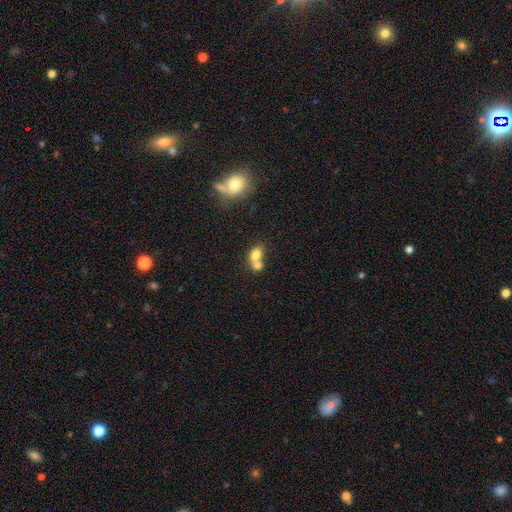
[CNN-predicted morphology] type=smooth (76%); roundness=in between (56%); merging=merger (64%).